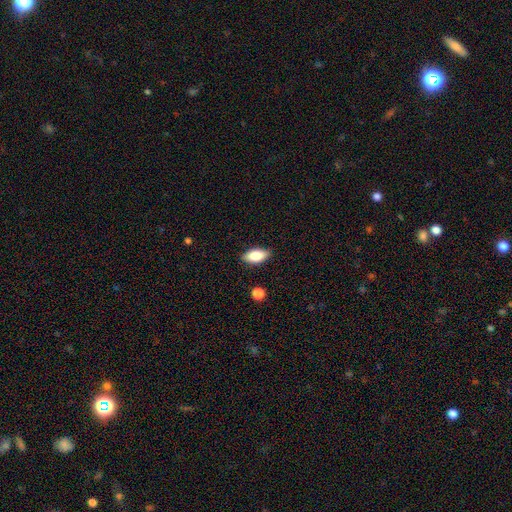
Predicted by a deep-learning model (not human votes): Morphology: type=smooth (80%); roundness=in between (88%); merging=none (86%).